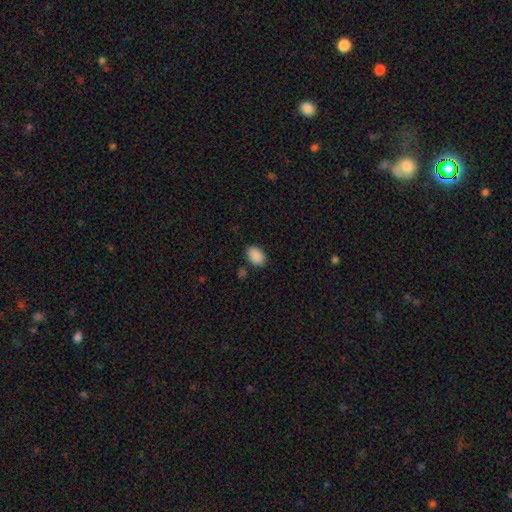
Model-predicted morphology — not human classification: Smooth or featured? Predicted: smooth (p=0.90). How rounded? Predicted: in between (p=0.87). Merging? Predicted: none (p=0.84).